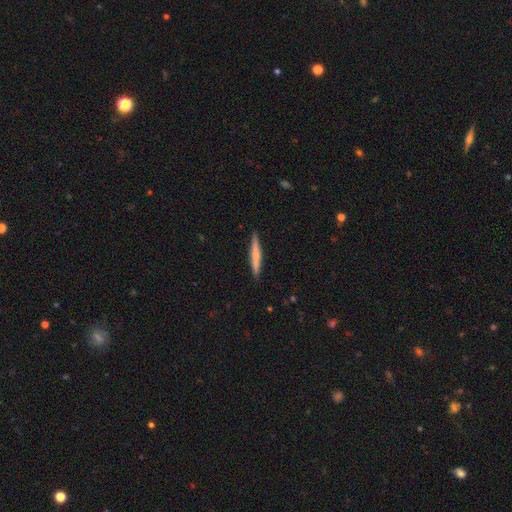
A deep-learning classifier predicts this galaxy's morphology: Smooth or featured? smooth (61%)
How rounded? cigar-shaped (95%)
Merging? none (91%)